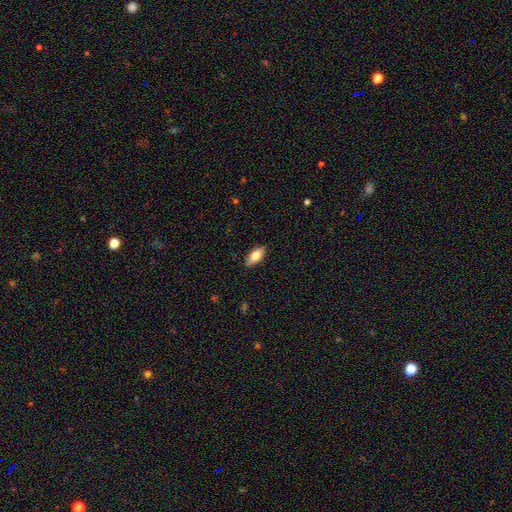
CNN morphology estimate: Smooth or featured? Predicted: smooth (p=0.75). How rounded? Predicted: in between (p=0.85). Merging? Predicted: none (p=0.88).